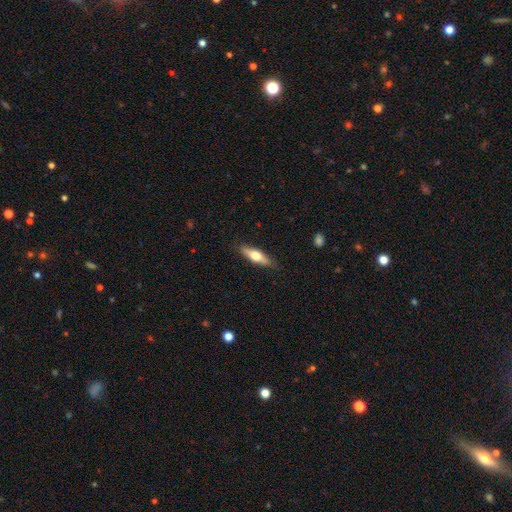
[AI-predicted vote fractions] smooth_or_featured: smooth (p=0.56) [alt: featured or disk p=0.39]
how_rounded: cigar-shaped (p=0.58) [alt: in between p=0.40]
merging: none (p=0.86) [alt: minor disturbance p=0.11]